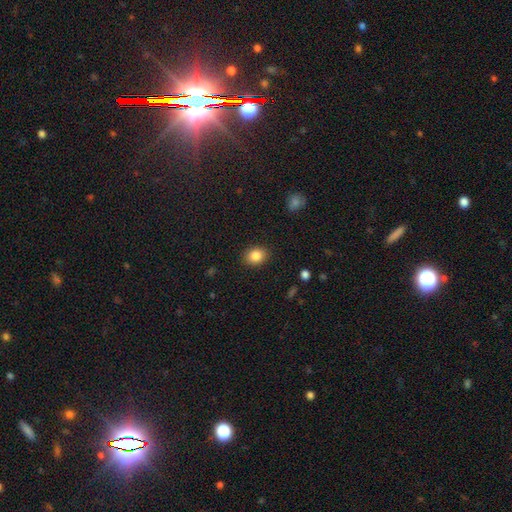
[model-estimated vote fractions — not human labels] smooth_or_featured: smooth (p=0.86) [alt: star or artifact p=0.09]
how_rounded: in between (p=0.52) [alt: round p=0.47]
merging: none (p=0.88) [alt: minor disturbance p=0.08]